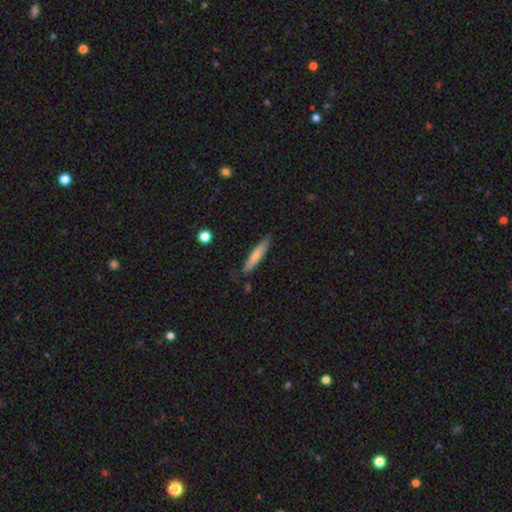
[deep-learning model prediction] smooth_or_featured: smooth (p=0.67) [alt: featured or disk p=0.27]
how_rounded: cigar-shaped (p=0.85) [alt: in between p=0.13]
merging: none (p=0.79) [alt: minor disturbance p=0.16]